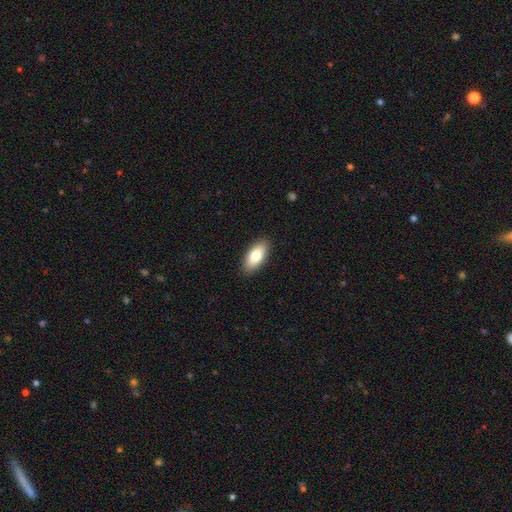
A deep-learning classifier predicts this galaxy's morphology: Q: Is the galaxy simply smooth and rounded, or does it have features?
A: smooth — 78%.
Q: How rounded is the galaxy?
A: in between — 87%.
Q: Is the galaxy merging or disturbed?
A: none — 89%.